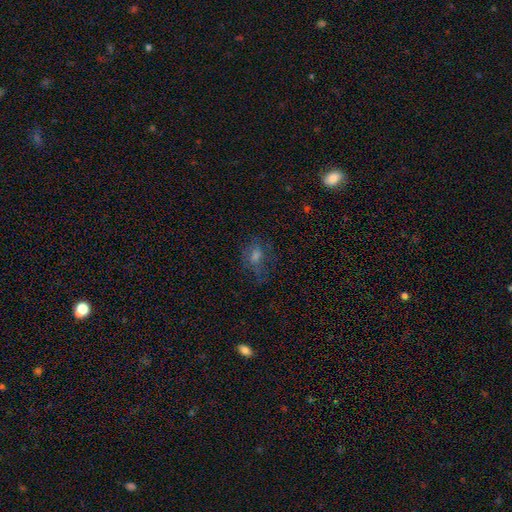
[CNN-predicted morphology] Smooth or featured? smooth (46%)
Merging? none (56%)